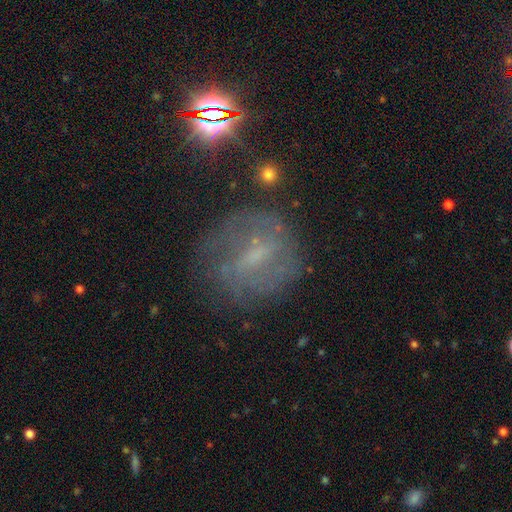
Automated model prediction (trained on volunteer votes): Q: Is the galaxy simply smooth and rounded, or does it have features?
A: featured or disk — 60%.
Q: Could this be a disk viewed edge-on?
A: no — 95%.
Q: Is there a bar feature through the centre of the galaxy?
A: weak — 52%.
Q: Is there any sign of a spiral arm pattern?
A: yes — 69%.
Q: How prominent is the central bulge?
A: small — 43%.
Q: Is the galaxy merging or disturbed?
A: none — 67%.